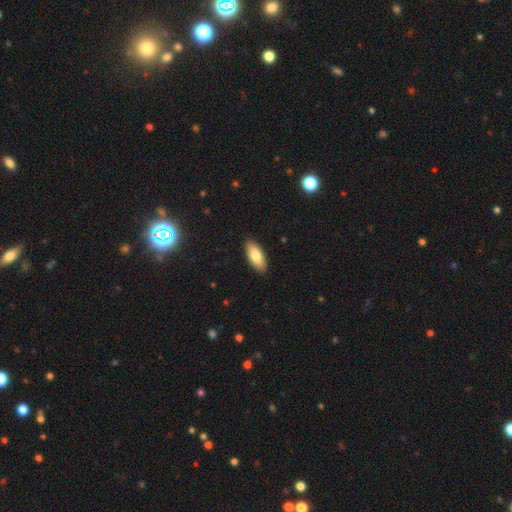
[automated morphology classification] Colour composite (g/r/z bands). It shows a smooth galaxy with no disk features (81%) that is in between round and cigar-shaped (84%). Merging: none (90%).